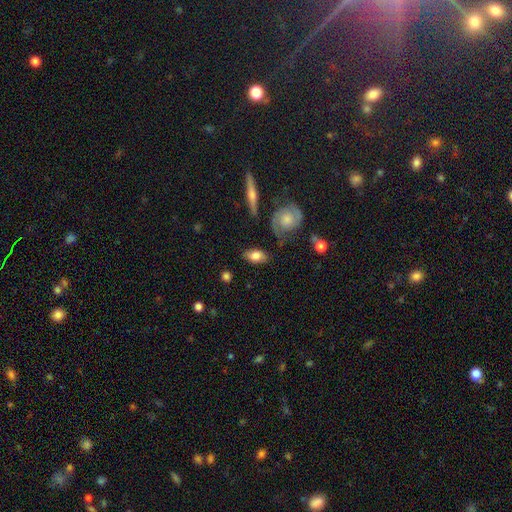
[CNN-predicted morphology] Overall: smooth (71%). How rounded: in between (87%). Merging: none (73%).